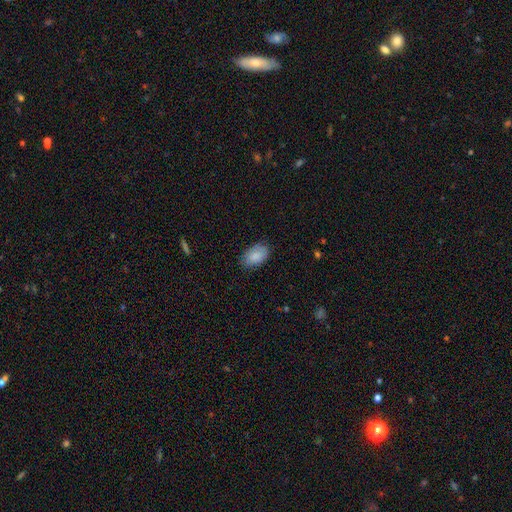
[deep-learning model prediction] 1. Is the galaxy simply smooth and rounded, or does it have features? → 86% smooth, 7% featured or disk, 6% star or artifact.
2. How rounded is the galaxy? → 93% in between, 6% round, 1% cigar-shaped.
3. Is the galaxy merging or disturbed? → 79% none, 17% minor disturbance, 3% major disturbance, 1% merger.